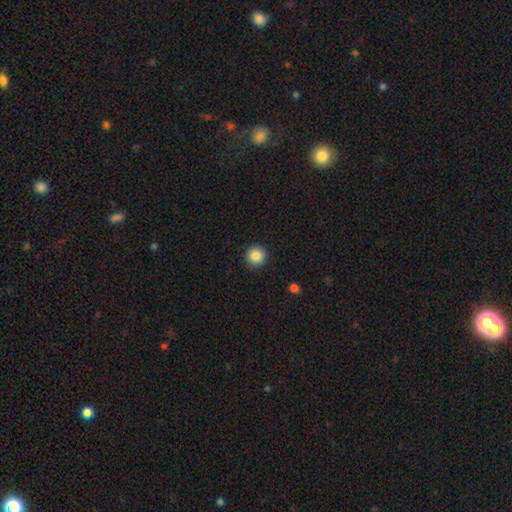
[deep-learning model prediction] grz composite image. It shows a smooth galaxy with no disk features (86%) that is round (95%). Merging: none (92%).